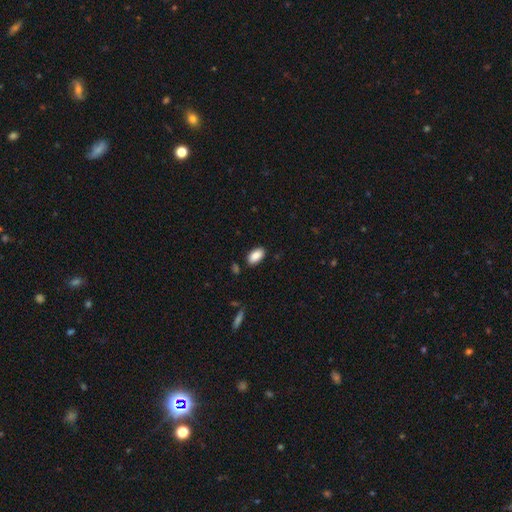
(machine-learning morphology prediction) smooth_or_featured: smooth (p=0.89) [alt: star or artifact p=0.07]
how_rounded: in between (p=0.94) [alt: round p=0.03]
merging: none (p=0.85) [alt: minor disturbance p=0.11]